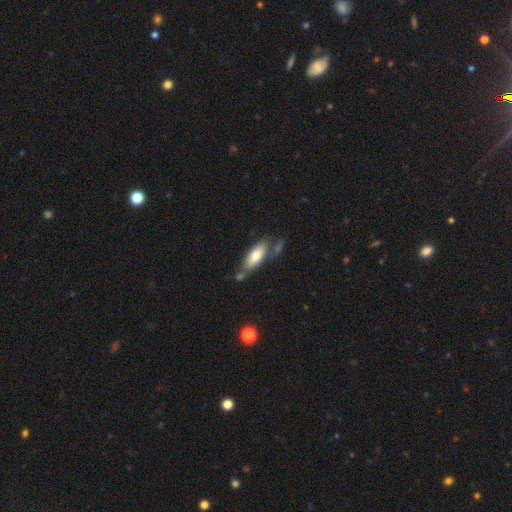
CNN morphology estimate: The model was most divided on "merging": none: 56%, merger: 19%, minor disturbance: 19%, major disturbance: 6%. More confident: how rounded — in between (73%); smooth or featured — smooth (72%).